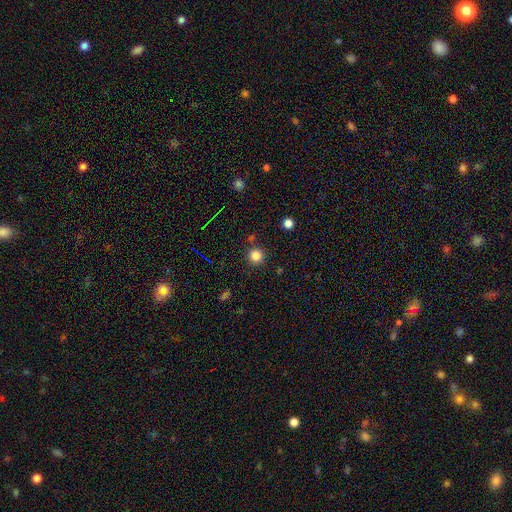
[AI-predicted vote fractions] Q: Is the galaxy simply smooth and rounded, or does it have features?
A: smooth — 81%.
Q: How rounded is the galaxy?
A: round — 95%.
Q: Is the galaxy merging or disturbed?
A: none — 87%.